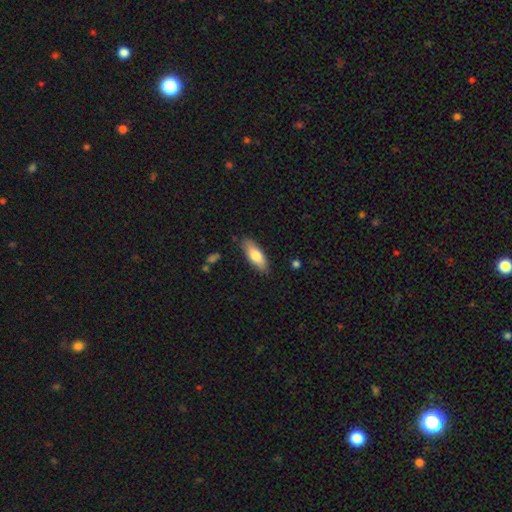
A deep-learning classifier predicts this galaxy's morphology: Smooth or featured? smooth (75%)
How rounded? in between (66%)
Merging? none (85%)